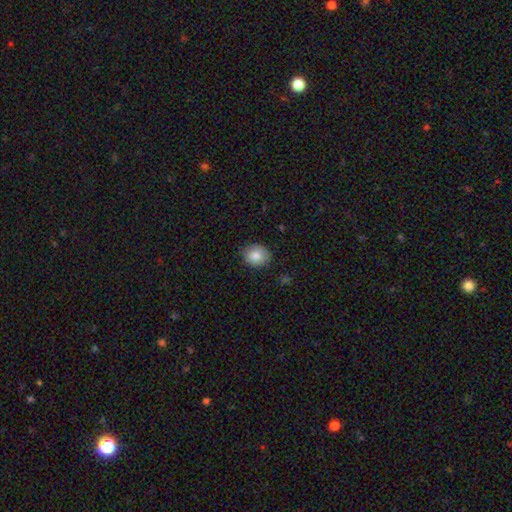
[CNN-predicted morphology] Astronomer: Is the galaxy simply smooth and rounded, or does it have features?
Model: smooth — 84%.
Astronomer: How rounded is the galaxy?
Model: round — 63%.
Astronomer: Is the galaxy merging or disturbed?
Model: none — 84%.